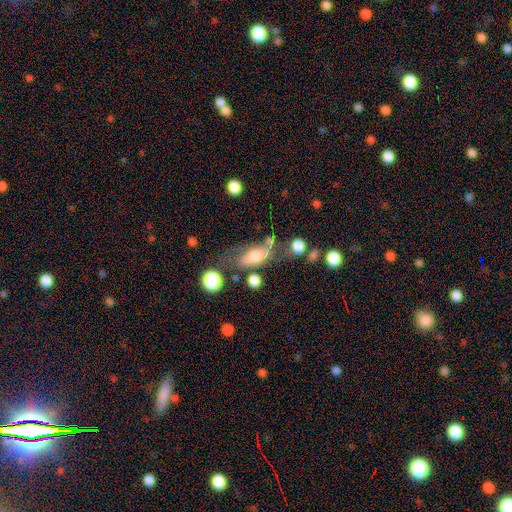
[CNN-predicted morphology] type=smooth (51%); roundness=in between (76%); merging=none (48%).